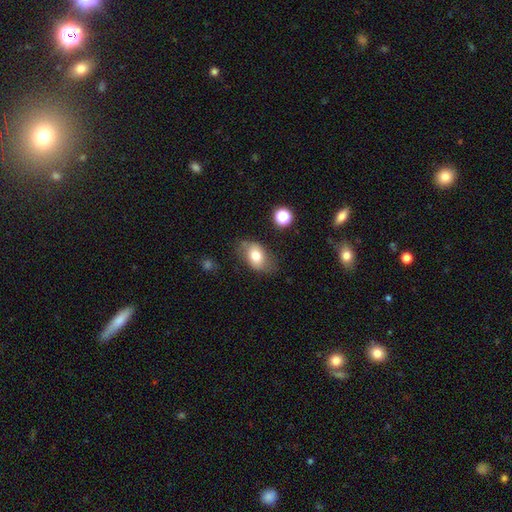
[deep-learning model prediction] Q: Smooth or featured?
A: smooth (72%); runner-up: featured or disk (19%)
Q: How rounded?
A: in between (84%); runner-up: round (14%)
Q: Merging?
A: none (68%); runner-up: minor disturbance (23%)